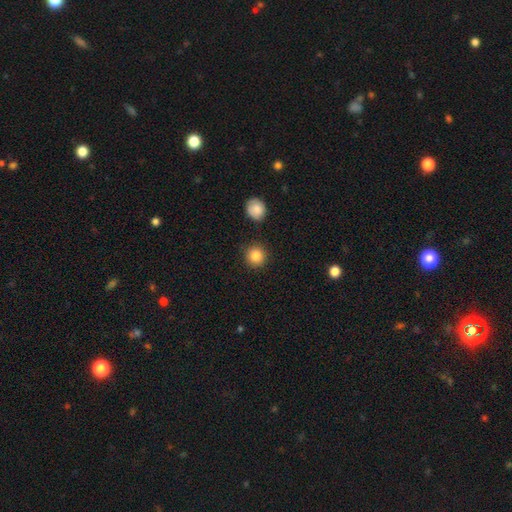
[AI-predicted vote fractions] This appears to be a smooth galaxy with no disk features (86%) that is round (93%). Merging: none (88%).